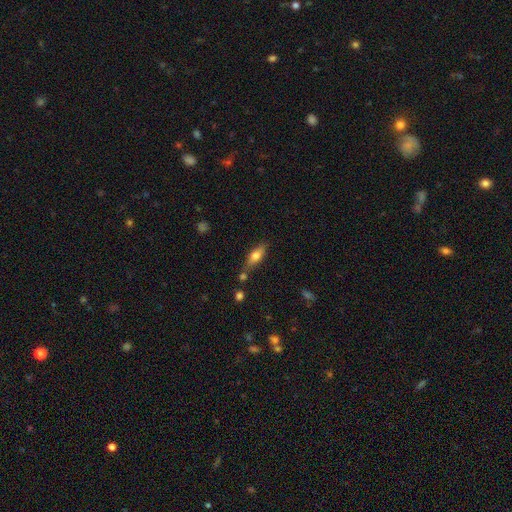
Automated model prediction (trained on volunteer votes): Smooth or featured? Predicted: smooth (p=0.67). How rounded? Predicted: in between (p=0.62). Merging? Predicted: none (p=0.66).